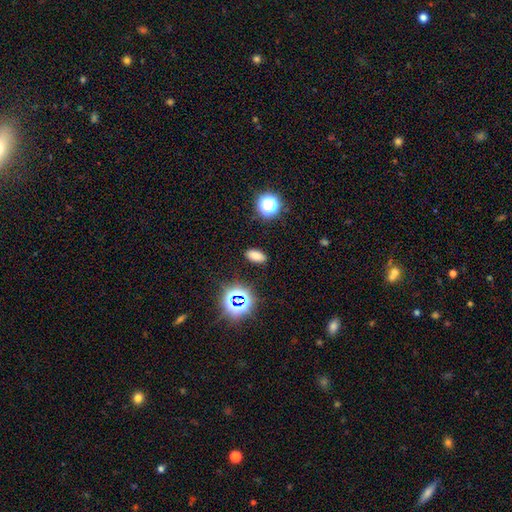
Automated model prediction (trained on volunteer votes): Smooth or featured? Predicted: smooth (p=0.74). How rounded? Predicted: in between (p=0.87). Merging? Predicted: none (p=0.88).